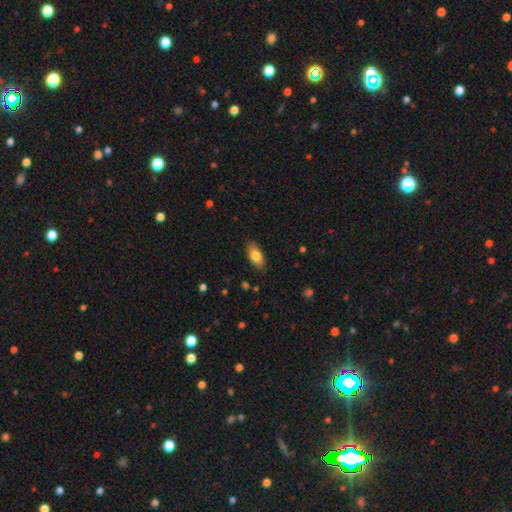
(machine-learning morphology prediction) Overall: smooth (81%). How rounded: in between (89%). Merging: none (86%).